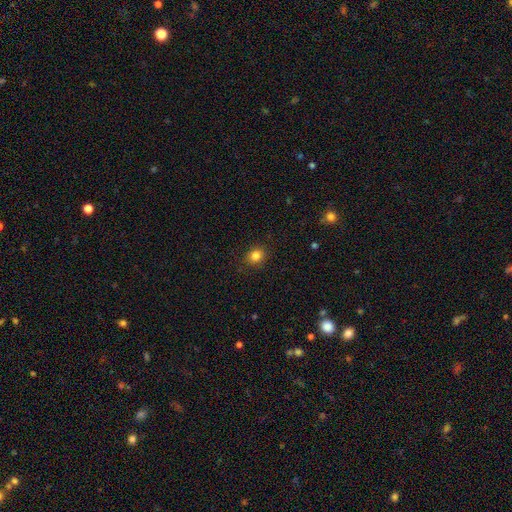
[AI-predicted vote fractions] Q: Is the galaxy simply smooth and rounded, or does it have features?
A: smooth — 84%.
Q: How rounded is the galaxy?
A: round — 69%.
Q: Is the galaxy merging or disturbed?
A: none — 89%.